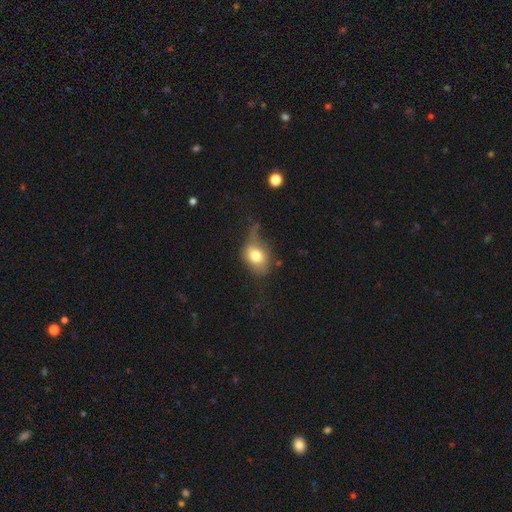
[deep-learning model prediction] Q: Smooth or featured?
A: smooth (75%); runner-up: featured or disk (17%)
Q: How rounded?
A: in between (67%); runner-up: round (31%)
Q: Merging?
A: none (38%); runner-up: minor disturbance (33%)